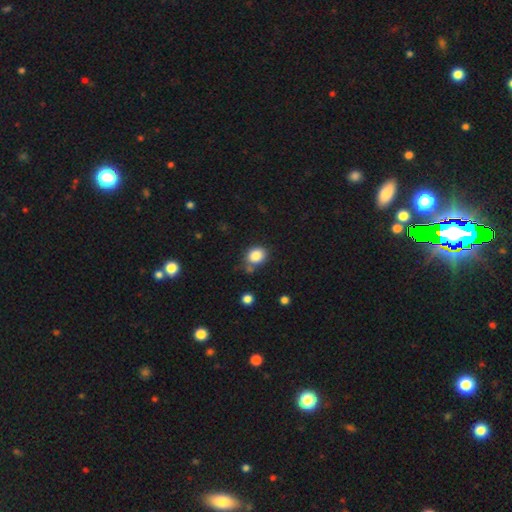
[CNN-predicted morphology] Smooth or featured: smooth — 85% (star or artifact — 10%)
How rounded: round — 61% (in between — 38%)
Merging: none — 69% (minor disturbance — 15%)